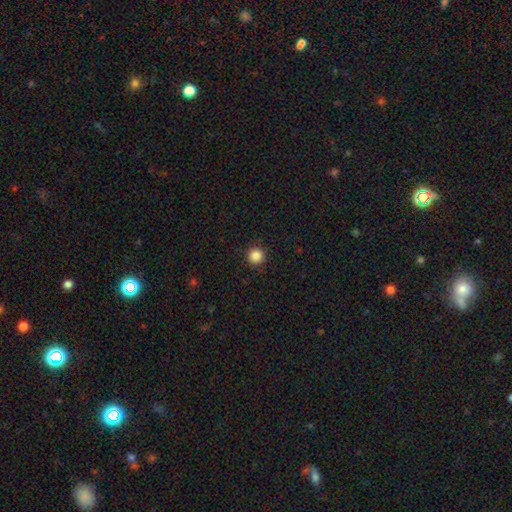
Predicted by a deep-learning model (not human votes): The model was most divided on "smooth or featured": smooth: 86%, star or artifact: 11%, featured or disk: 3%. More confident: how rounded — round (96%); merging — none (92%).